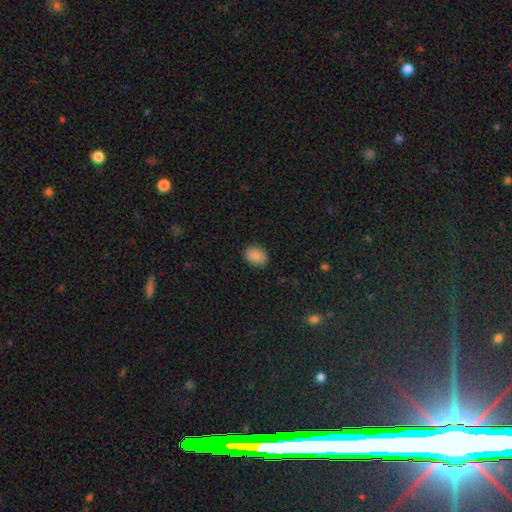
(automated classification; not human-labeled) Smooth or featured?
  - smooth: 87% *
  - star or artifact: 8%
  - featured or disk: 5%
How rounded?
  - in between: 66% *
  - round: 33%
  - cigar-shaped: 1%
Merging?
  - none: 87% *
  - minor disturbance: 10%
  - major disturbance: 2%
  - merger: 1%